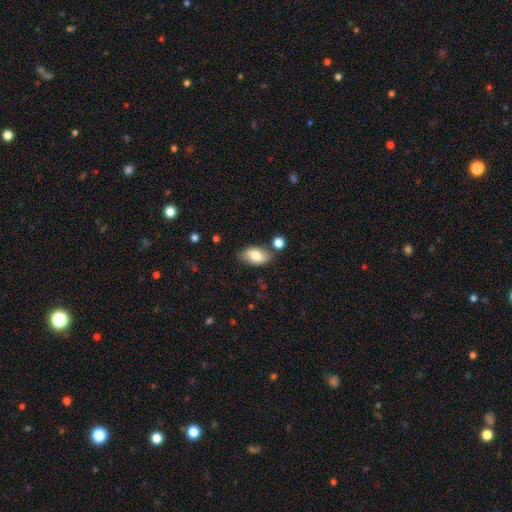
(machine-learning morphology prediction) A smooth galaxy with no disk features (78%) that is in between round and cigar-shaped (92%).

Vote fractions:
- Smooth or featured? smooth: 78% / featured or disk: 15% / star or artifact: 7%
- How rounded? in between: 92% / round: 6% / cigar-shaped: 2%
- Merging? none: 74% / minor disturbance: 15% / merger: 7% / major disturbance: 3%